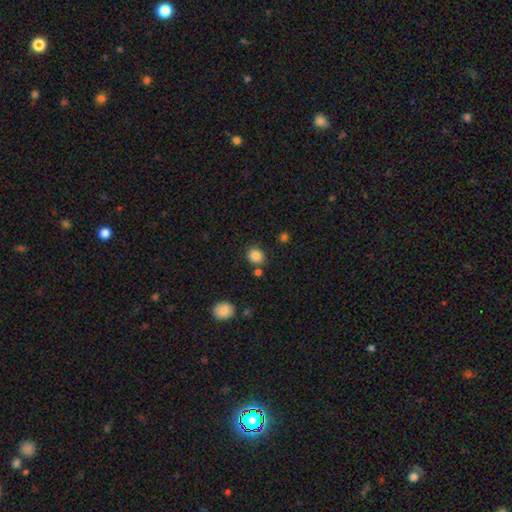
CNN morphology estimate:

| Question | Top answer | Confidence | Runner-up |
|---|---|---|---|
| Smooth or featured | smooth | 85% | star or artifact (10%) |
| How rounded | round | 73% | in between (26%) |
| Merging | none | 80% | minor disturbance (10%) |